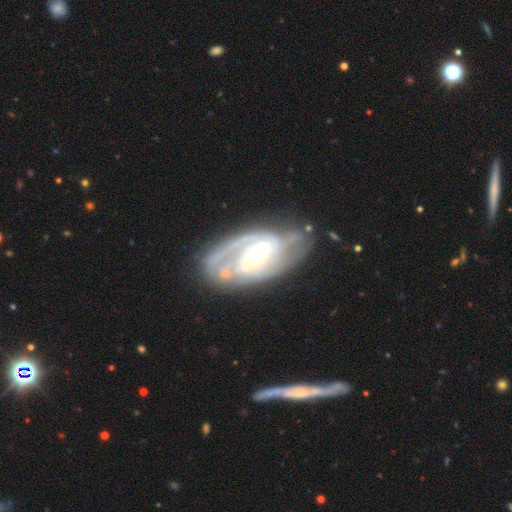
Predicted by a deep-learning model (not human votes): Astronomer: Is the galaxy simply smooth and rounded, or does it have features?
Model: featured or disk — 87%.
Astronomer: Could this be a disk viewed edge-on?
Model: no — 95%.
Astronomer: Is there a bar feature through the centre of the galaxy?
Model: weak — 42% (runner-up: no, 39%).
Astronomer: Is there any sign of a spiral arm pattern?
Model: yes — 95%.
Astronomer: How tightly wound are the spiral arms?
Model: tight — 52% (runner-up: medium, 37%).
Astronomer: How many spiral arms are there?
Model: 2 — 46% (runner-up: can't tell, 23%).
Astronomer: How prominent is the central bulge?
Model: moderate — 53% (runner-up: small, 40%).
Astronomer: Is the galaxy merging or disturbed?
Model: none — 64%.